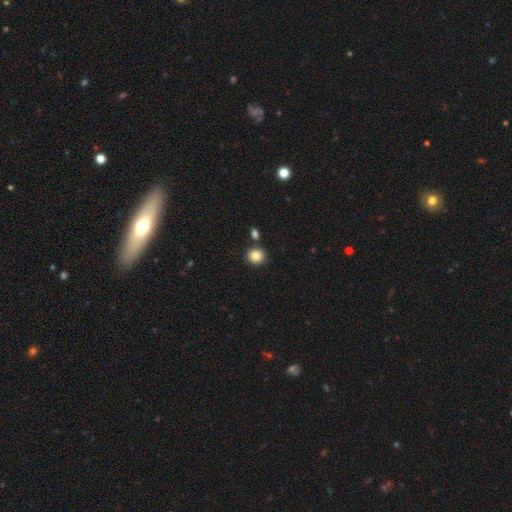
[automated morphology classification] smooth-or-featured: smooth: 87% | star or artifact: 9% | featured or disk: 4%
  how-rounded: round: 90% | in between: 9% | cigar-shaped: 1%
  merging: none: 83% | merger: 8% | minor disturbance: 7% | major disturbance: 2%